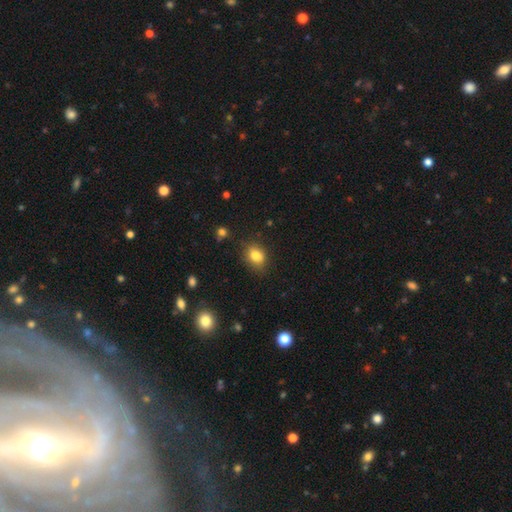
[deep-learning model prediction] A smooth galaxy with no disk features (82%) that is in between round and cigar-shaped (66%). Merging: none (75%).